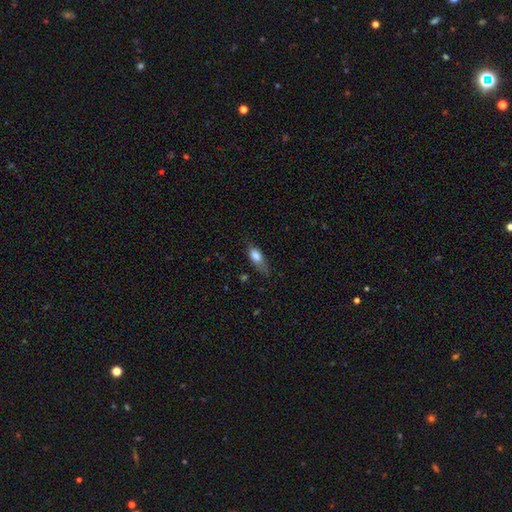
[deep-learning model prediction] The model was most divided on "merging" (2-way tie): none: 39%, minor disturbance: 39%, major disturbance: 19%, merger: 3%. More confident: smooth or featured — smooth (79%); how rounded — in between (76%).